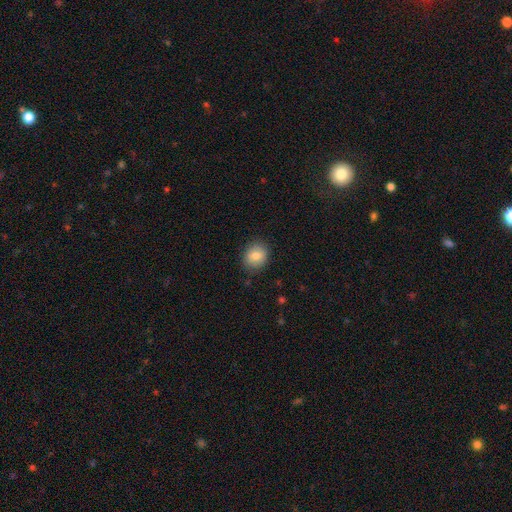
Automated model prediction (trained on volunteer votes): Smooth or featured?
  - smooth: 81% *
  - featured or disk: 10%
  - star or artifact: 8%
How rounded?
  - round: 61% *
  - in between: 38%
  - cigar-shaped: 1%
Merging?
  - none: 86% *
  - minor disturbance: 10%
  - major disturbance: 3%
  - merger: 1%